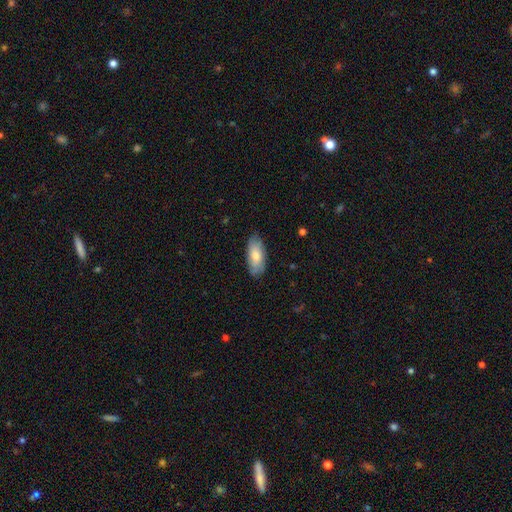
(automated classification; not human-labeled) Smooth or featured?
  - smooth: 72% *
  - featured or disk: 22%
  - star or artifact: 6%
How rounded?
  - in between: 88% *
  - cigar-shaped: 10%
  - round: 2%
Merging?
  - none: 78% *
  - minor disturbance: 17%
  - major disturbance: 3%
  - merger: 1%